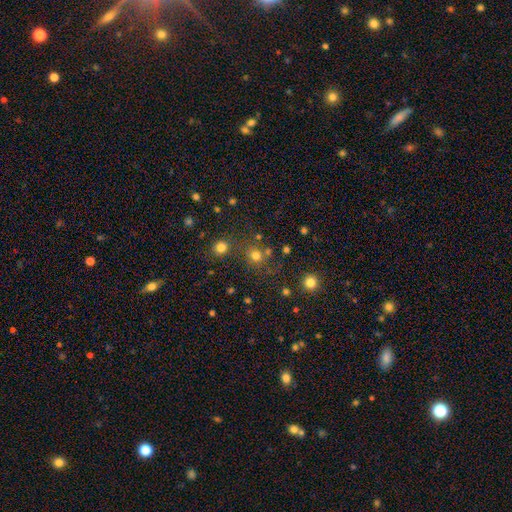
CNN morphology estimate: This appears to be a smooth galaxy with no disk features (73%) that is round (87%). Merging: none (70%).